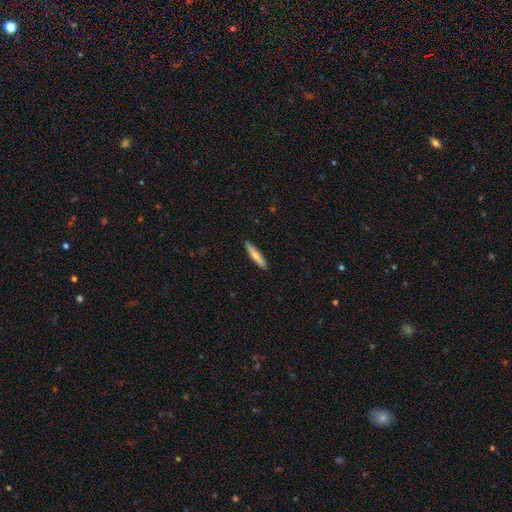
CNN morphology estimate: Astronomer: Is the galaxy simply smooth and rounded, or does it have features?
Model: smooth — 72%.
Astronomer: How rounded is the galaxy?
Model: cigar-shaped — 91%.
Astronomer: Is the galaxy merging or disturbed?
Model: none — 90%.